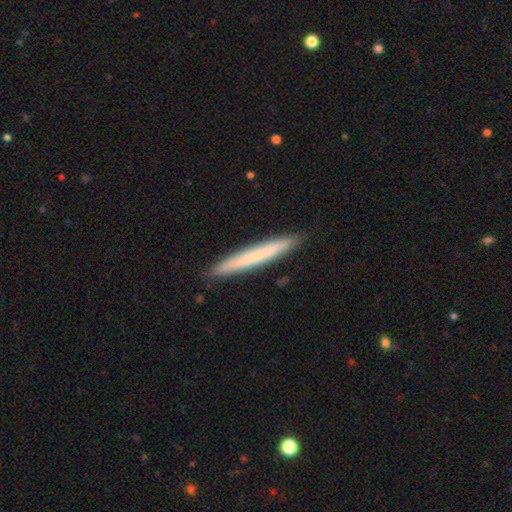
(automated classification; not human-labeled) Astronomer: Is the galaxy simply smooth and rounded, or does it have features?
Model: smooth — 65%.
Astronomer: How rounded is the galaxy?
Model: cigar-shaped — 97%.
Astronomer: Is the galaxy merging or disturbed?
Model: none — 91%.